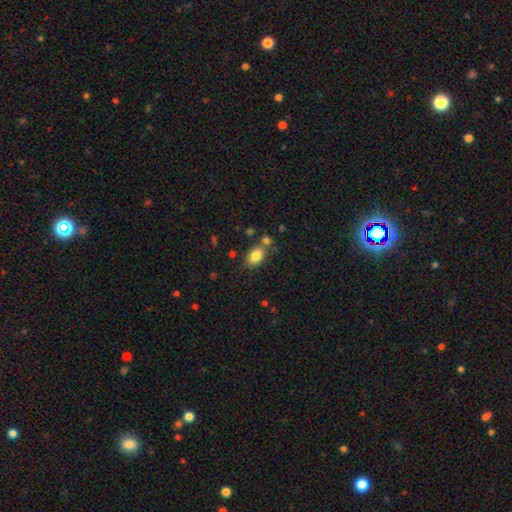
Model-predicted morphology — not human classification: A smooth galaxy with no disk features (82%) that is in between round and cigar-shaped (83%).

Vote fractions:
- Smooth or featured? smooth: 82% / featured or disk: 9% / star or artifact: 9%
- How rounded? in between: 83% / round: 15% / cigar-shaped: 2%
- Merging? none: 68% / merger: 14% / minor disturbance: 14% / major disturbance: 4%